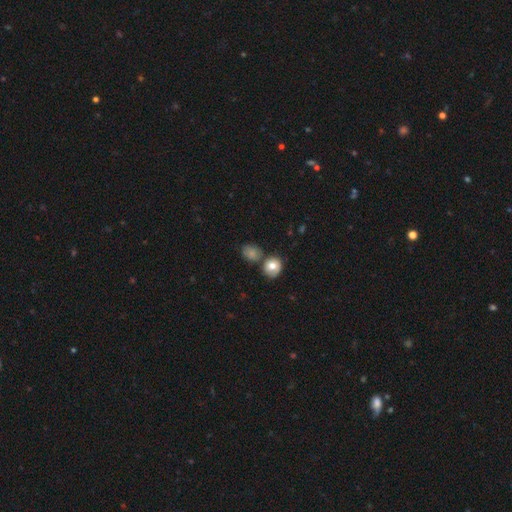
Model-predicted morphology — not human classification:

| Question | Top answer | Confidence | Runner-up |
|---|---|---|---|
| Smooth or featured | smooth | 60% | star or artifact (26%) |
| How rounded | round | 79% | in between (19%) |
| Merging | none | 67% | merger (20%) |